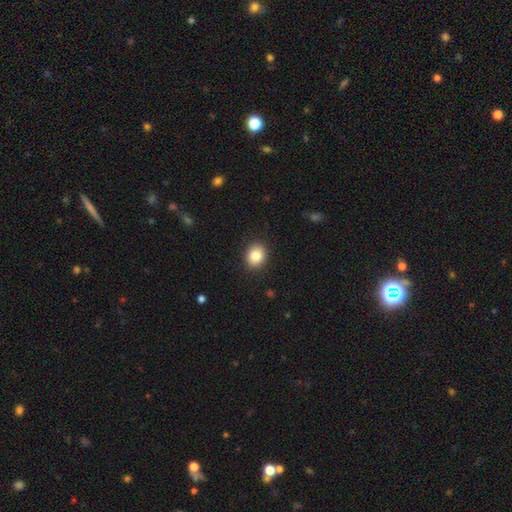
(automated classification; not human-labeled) Smooth or featured? Predicted: smooth (p=0.84). How rounded? Predicted: round (p=0.57). Merging? Predicted: none (p=0.90).